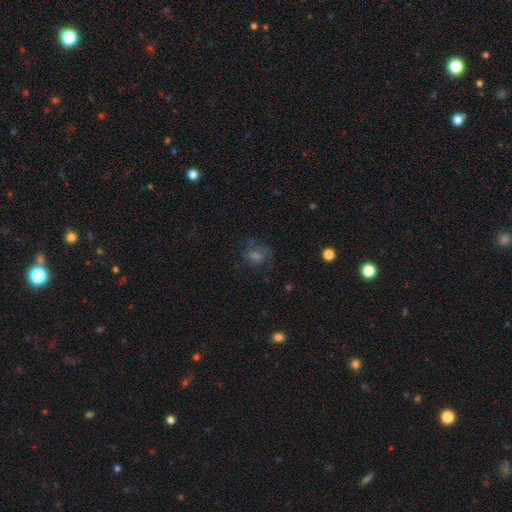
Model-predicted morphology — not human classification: Smooth or featured?
  - smooth: 43% *
  - featured or disk: 29%
  - star or artifact: 28%
Merging?
  - none: 64% *
  - minor disturbance: 19%
  - major disturbance: 15%
  - merger: 2%